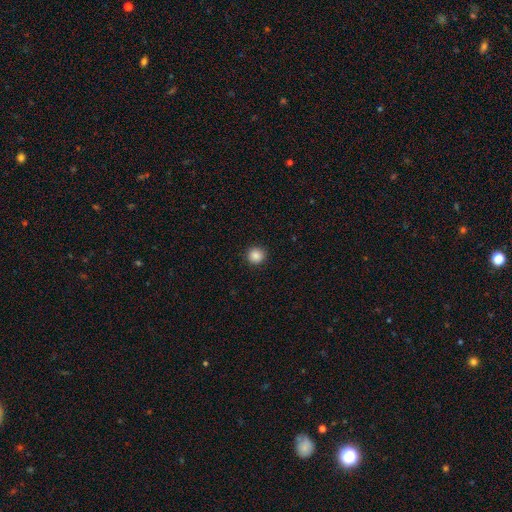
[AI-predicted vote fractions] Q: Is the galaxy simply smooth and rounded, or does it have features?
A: smooth — 87%.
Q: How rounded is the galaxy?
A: round — 94%.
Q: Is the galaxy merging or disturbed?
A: none — 92%.